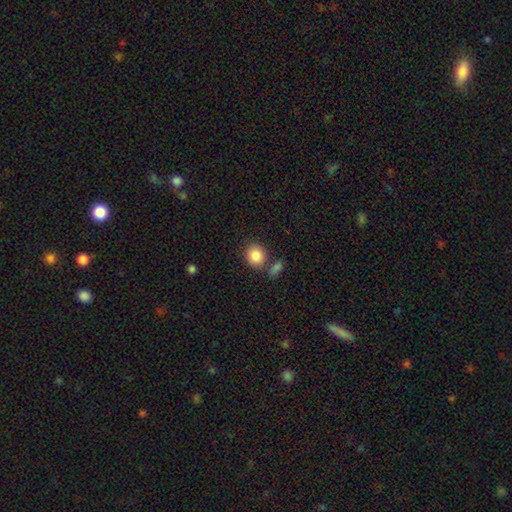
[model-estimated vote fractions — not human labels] Smooth or featured?
  - smooth: 88% *
  - star or artifact: 8%
  - featured or disk: 5%
How rounded?
  - round: 71% *
  - in between: 28%
  - cigar-shaped: 1%
Merging?
  - none: 70% *
  - merger: 15%
  - minor disturbance: 11%
  - major disturbance: 4%